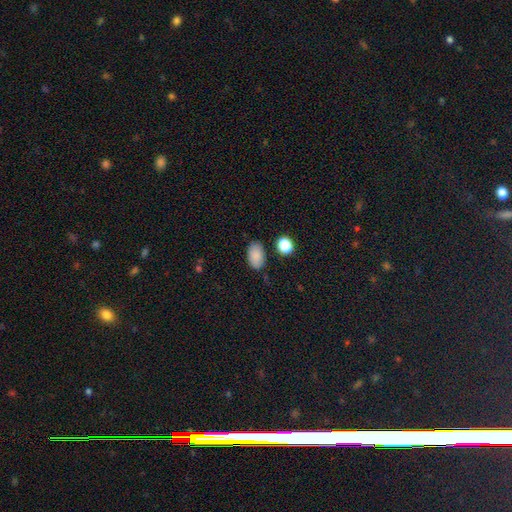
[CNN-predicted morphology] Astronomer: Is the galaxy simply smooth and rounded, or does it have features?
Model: smooth — 88%.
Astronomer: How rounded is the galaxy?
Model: in between — 91%.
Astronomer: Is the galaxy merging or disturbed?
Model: none — 79%.